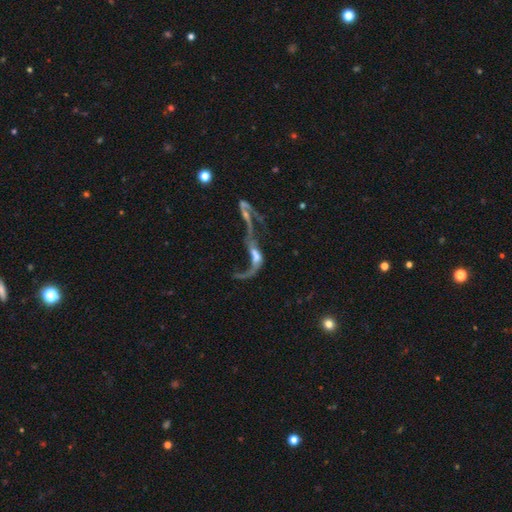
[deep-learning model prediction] Smooth or featured? Predicted: featured or disk (p=0.66). Edge-on disk? Predicted: no (p=0.90). Bar? Predicted: no (p=0.61). Spiral arms? Predicted: yes (p=0.56). Bulge size? Predicted: none (p=0.36). Merging? Predicted: merger (p=0.64).